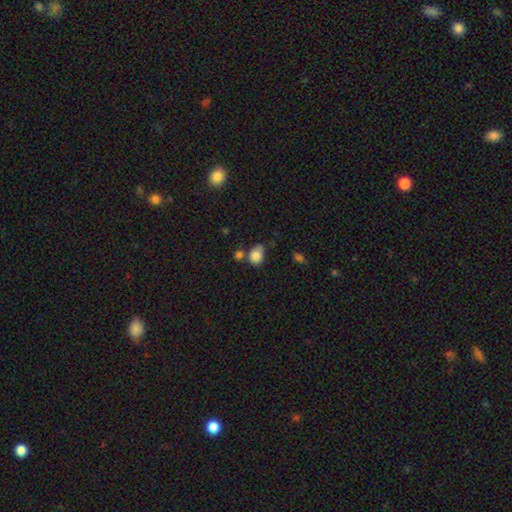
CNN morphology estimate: A smooth galaxy with no disk features (83%) that is round (50%). Merging: none (45%).